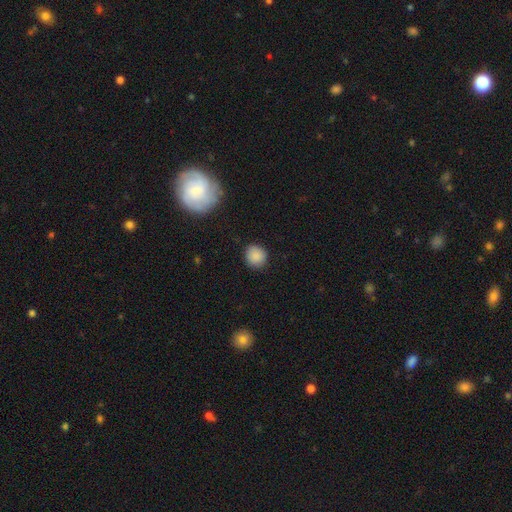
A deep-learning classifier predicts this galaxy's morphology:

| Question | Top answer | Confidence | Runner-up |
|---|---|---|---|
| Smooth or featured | smooth | 88% | star or artifact (9%) |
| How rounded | round | 87% | in between (12%) |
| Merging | none | 88% | minor disturbance (8%) |